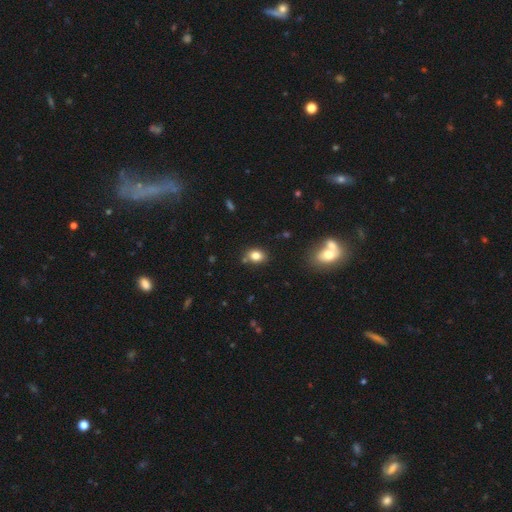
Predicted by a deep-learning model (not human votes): Morphology: type=smooth (81%); roundness=in between (65%); merging=none (77%).